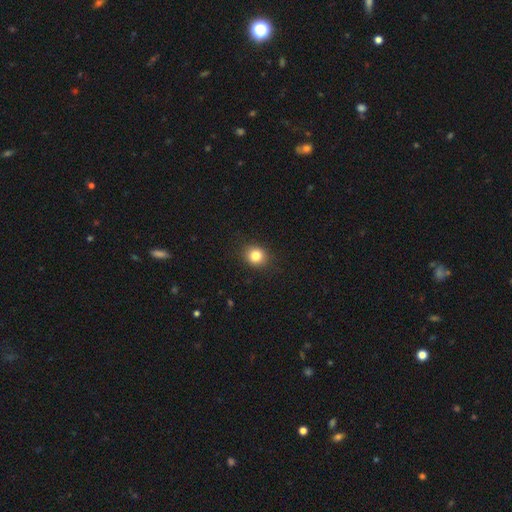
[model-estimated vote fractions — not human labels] The model was most divided on "how rounded": round: 77%, in between: 22%, cigar-shaped: 1%. More confident: merging — none (89%); smooth or featured — smooth (83%).